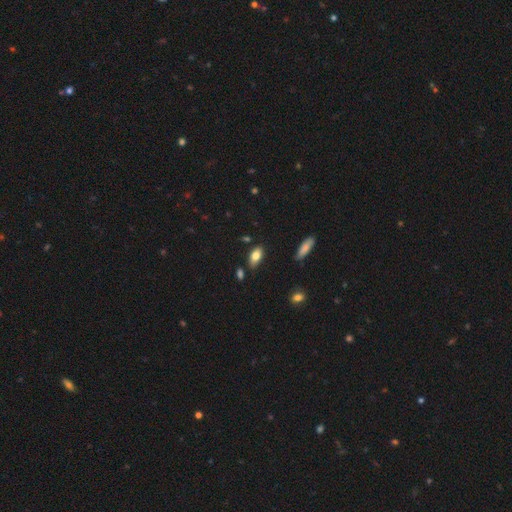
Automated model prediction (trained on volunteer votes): Morphology: type=smooth (80%); roundness=in between (90%); merging=none (76%).